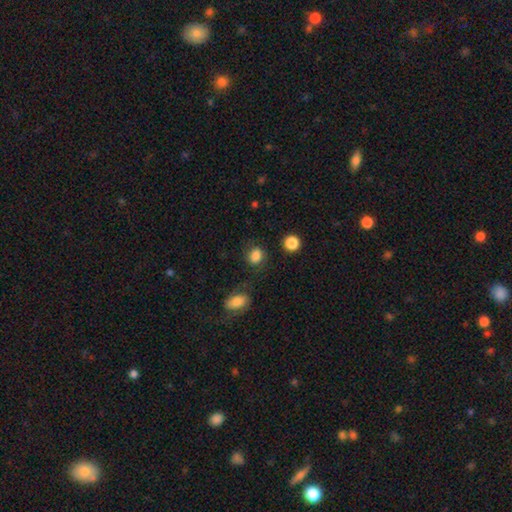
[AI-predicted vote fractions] This appears to be a smooth galaxy with no disk features (82%) that is round (56%). Merging: none (72%).